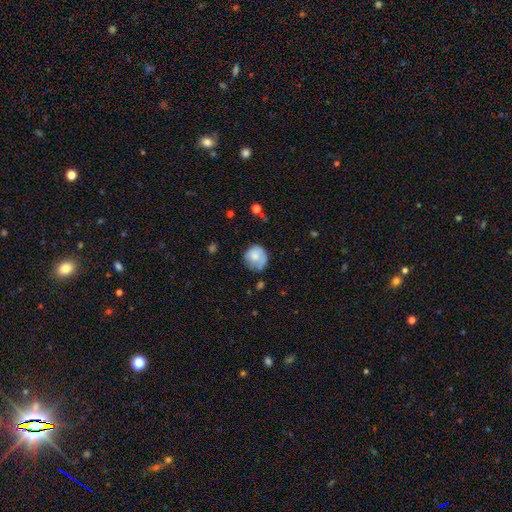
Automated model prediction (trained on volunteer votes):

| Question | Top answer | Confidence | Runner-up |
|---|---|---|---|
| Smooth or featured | smooth | 75% | featured or disk (17%) |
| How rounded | round | 80% | in between (19%) |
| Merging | none | 54% | minor disturbance (31%) |